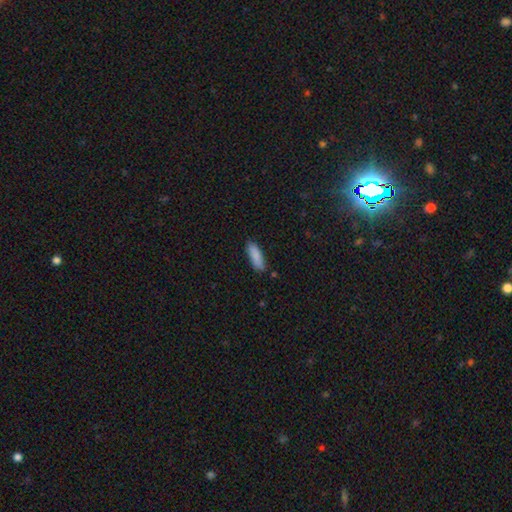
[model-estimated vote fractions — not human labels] Smooth or featured: smooth — 88% (star or artifact — 6%)
How rounded: in between — 54% (cigar-shaped — 44%)
Merging: none — 82% (minor disturbance — 13%)